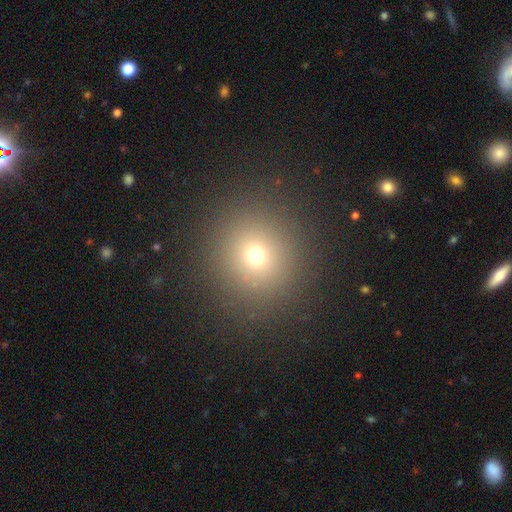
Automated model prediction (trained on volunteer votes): Smooth or featured?
  - smooth: 69% *
  - star or artifact: 22%
  - featured or disk: 9%
How rounded?
  - round: 93% *
  - in between: 6%
  - cigar-shaped: 1%
Merging?
  - none: 89% *
  - minor disturbance: 6%
  - major disturbance: 4%
  - merger: 1%